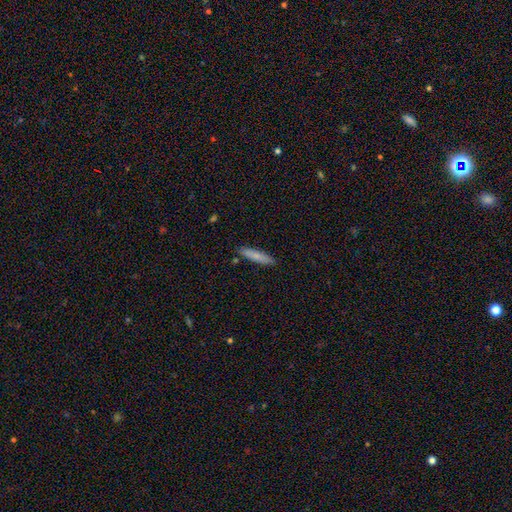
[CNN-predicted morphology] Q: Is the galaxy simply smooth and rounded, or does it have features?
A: smooth — 75%.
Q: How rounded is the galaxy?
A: cigar-shaped — 82%.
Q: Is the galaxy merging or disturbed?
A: none — 86%.